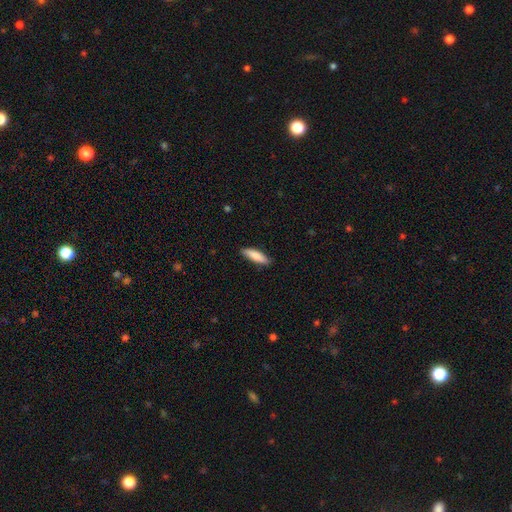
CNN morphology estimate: This appears to be a smooth galaxy with no disk features (85%) that is cigar-shaped (62%). Merging: none (88%).